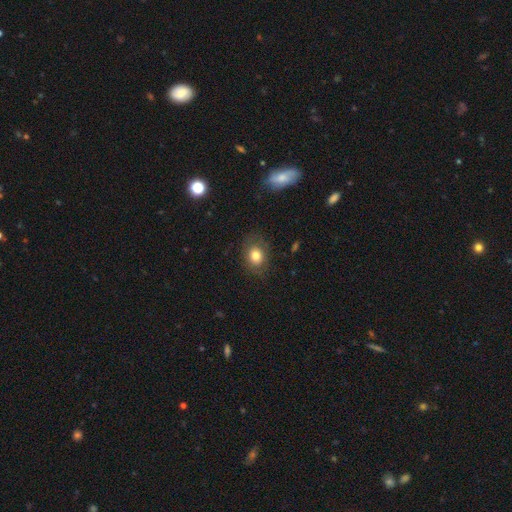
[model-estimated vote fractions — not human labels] Overall: smooth (78%). How rounded: in between (53%; round 46%). Merging: none (78%).